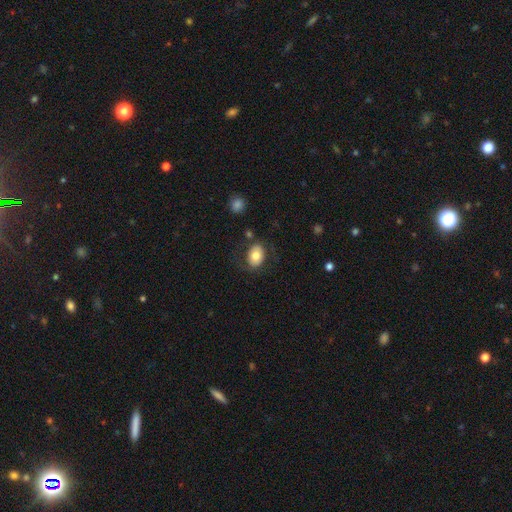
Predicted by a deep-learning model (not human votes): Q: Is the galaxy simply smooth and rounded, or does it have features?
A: smooth — 75%.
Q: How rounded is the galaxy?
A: in between — 72%.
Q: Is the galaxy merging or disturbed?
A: none — 74%.